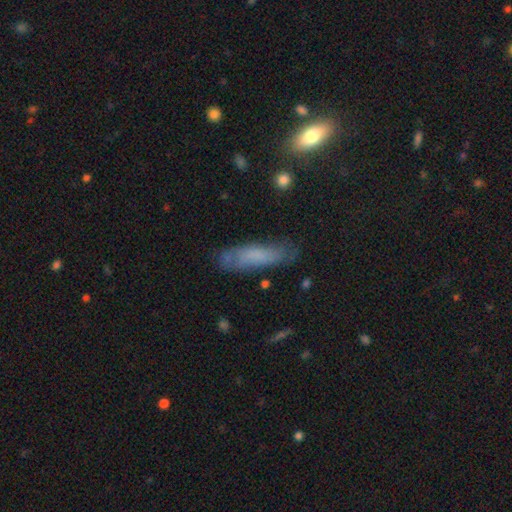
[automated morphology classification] Smooth or featured?
  - smooth: 61% *
  - featured or disk: 30%
  - star or artifact: 9%
How rounded?
  - cigar-shaped: 61% *
  - in between: 37%
  - round: 2%
Merging?
  - none: 68% *
  - minor disturbance: 22%
  - major disturbance: 7%
  - merger: 3%